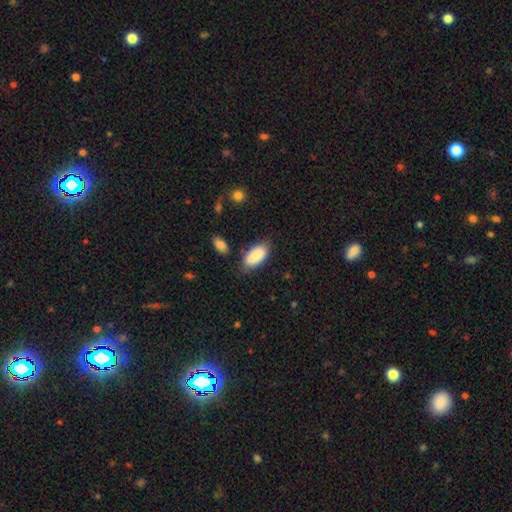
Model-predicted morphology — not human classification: A smooth galaxy with no disk features (85%) that is in between round and cigar-shaped (92%).

Vote fractions:
- Smooth or featured? smooth: 85% / featured or disk: 9% / star or artifact: 6%
- How rounded? in between: 92% / cigar-shaped: 6% / round: 3%
- Merging? none: 75% / minor disturbance: 16% / merger: 5% / major disturbance: 4%